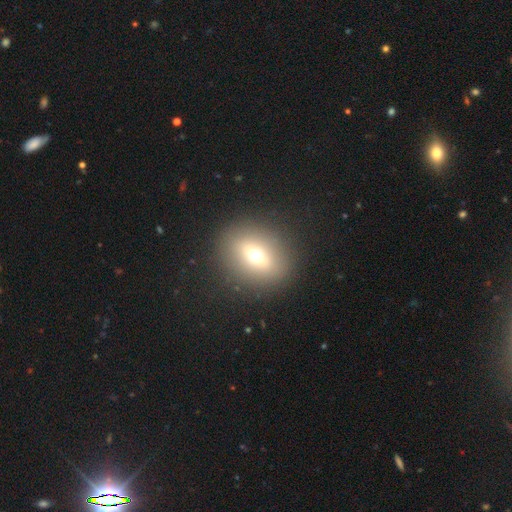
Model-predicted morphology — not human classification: This is likely a smooth galaxy (61%). How rounded: likely round (63%). Merging: clearly none (88%).